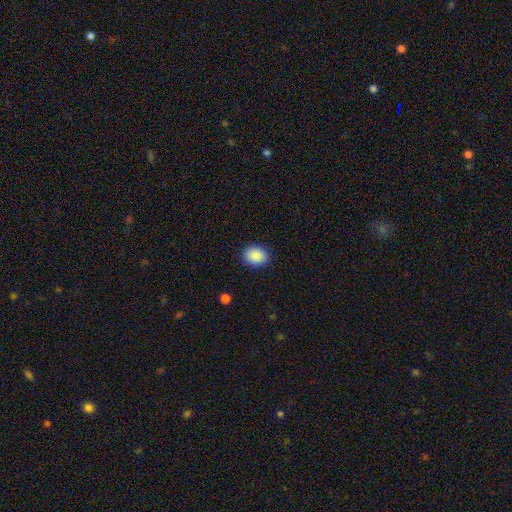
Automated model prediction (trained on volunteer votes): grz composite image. It shows a smooth galaxy with no disk features (90%) that is in between round and cigar-shaped (59%). Merging: none (89%).